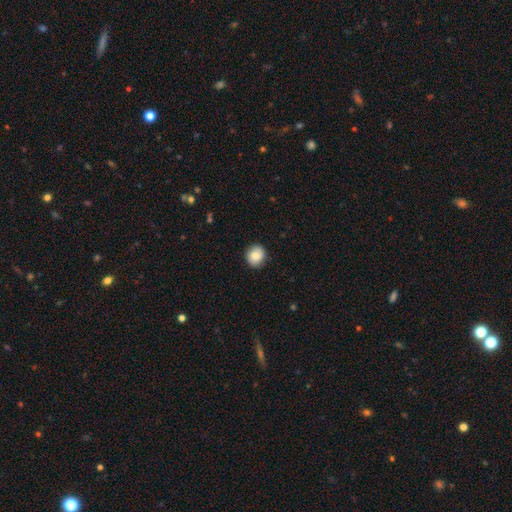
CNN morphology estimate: smooth_or_featured: smooth (p=0.80) [alt: featured or disk p=0.12]
how_rounded: round (p=0.84) [alt: in between p=0.15]
merging: none (p=0.88) [alt: minor disturbance p=0.09]